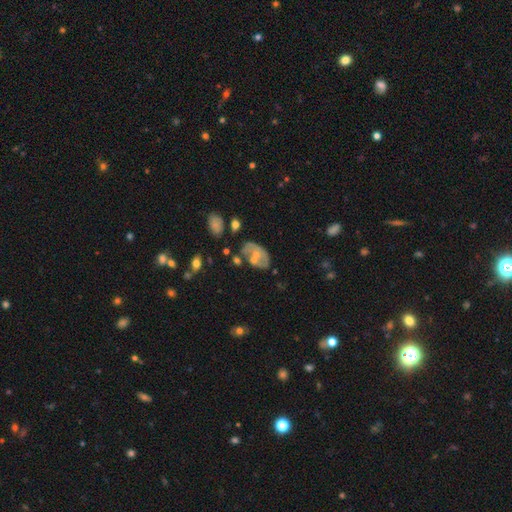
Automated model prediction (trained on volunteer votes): This appears to be a featured or disk galaxy (48%). Merging: none (37%).